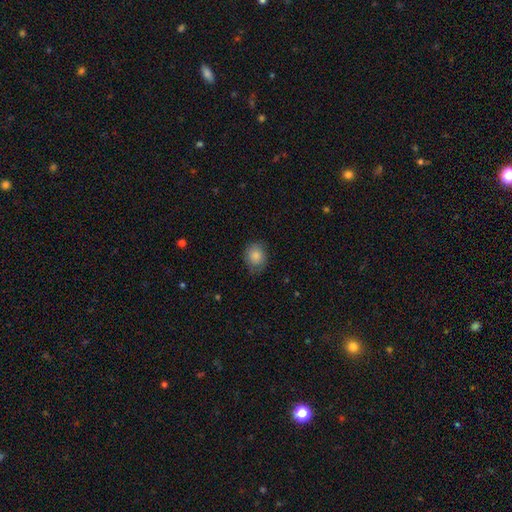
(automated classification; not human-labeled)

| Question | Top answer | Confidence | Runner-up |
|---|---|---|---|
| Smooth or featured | smooth | 82% | featured or disk (10%) |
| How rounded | round | 56% | in between (43%) |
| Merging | none | 71% | minor disturbance (23%) |